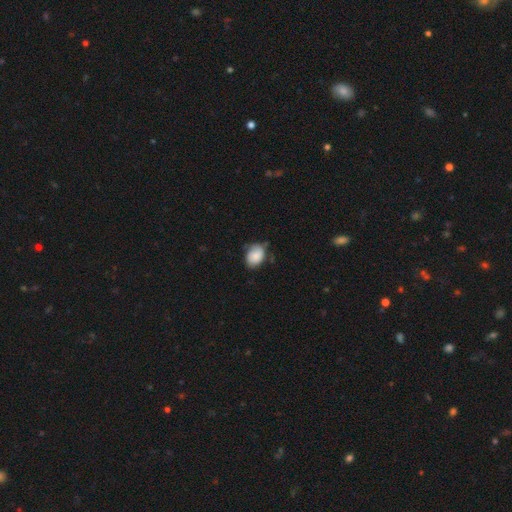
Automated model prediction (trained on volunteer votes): Overall: smooth (79%). How rounded: in between (67%; round 32%). Merging: none (53%; minor disturbance 35%).